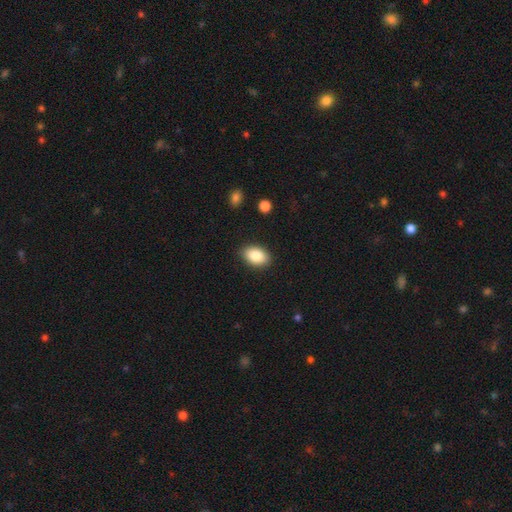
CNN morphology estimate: smooth_or_featured: smooth (p=0.85) [alt: featured or disk p=0.08]
how_rounded: in between (p=0.89) [alt: round p=0.10]
merging: none (p=0.88) [alt: minor disturbance p=0.09]